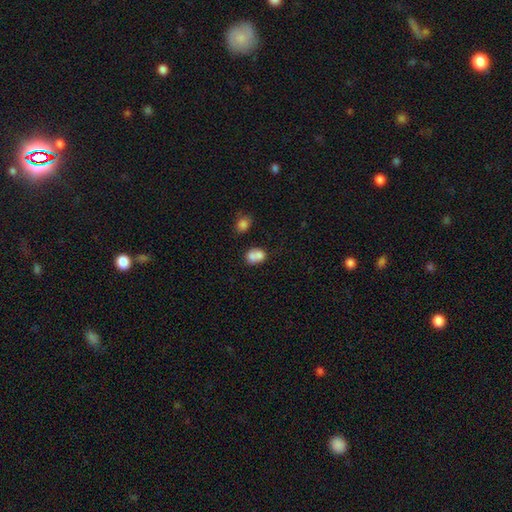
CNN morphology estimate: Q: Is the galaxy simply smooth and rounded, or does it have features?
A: smooth — 73%.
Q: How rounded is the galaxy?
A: round — 52%.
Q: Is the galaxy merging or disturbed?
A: merger — 59%.